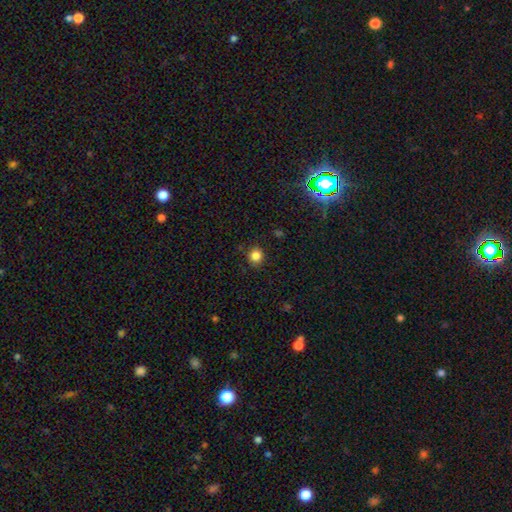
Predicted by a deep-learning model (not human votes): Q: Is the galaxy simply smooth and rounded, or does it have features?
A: smooth — 83%.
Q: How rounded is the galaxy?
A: round — 90%.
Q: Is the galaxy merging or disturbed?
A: none — 87%.